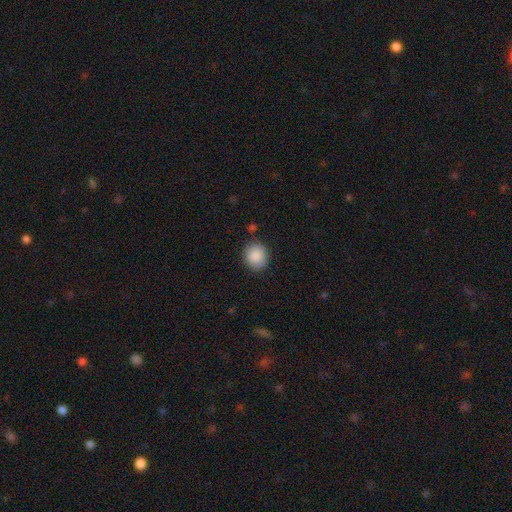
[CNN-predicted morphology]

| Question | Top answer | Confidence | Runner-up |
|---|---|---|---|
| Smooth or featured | smooth | 89% | star or artifact (7%) |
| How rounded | round | 83% | in between (16%) |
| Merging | none | 87% | minor disturbance (9%) |